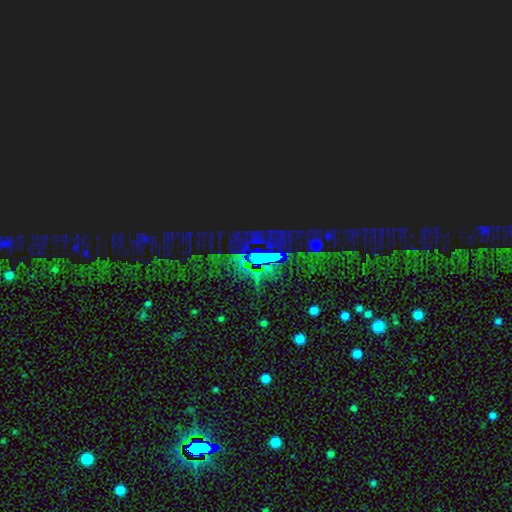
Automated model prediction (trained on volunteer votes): Q: Smooth or featured?
A: star or artifact (81%); runner-up: smooth (10%)